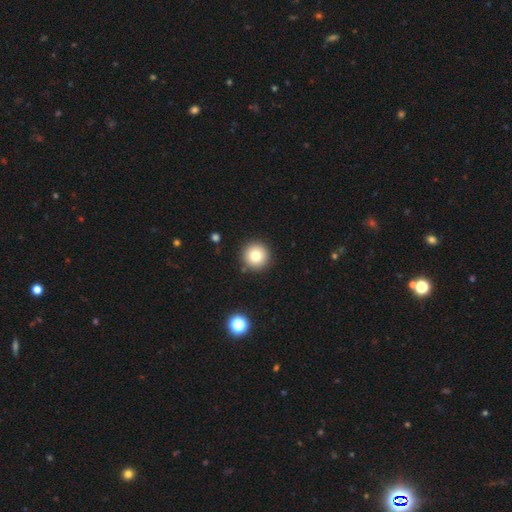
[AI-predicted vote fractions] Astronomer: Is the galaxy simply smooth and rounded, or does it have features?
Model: smooth — 77%.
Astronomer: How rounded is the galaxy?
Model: round — 96%.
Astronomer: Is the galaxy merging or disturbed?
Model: none — 90%.